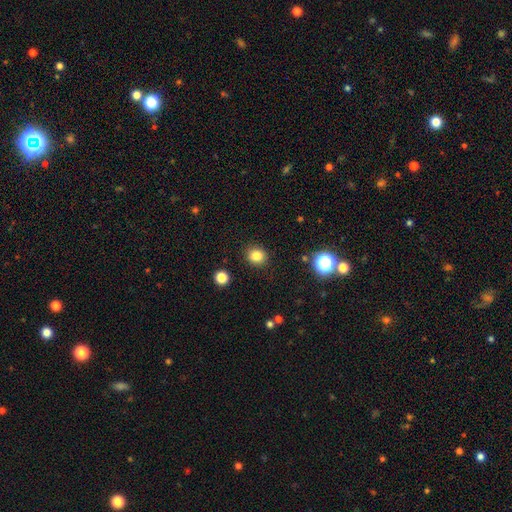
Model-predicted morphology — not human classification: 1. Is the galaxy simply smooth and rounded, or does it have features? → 82% smooth, 13% star or artifact, 5% featured or disk.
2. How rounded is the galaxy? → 82% round, 17% in between, 1% cigar-shaped.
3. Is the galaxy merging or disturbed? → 90% none, 7% minor disturbance, 2% major disturbance, 1% merger.